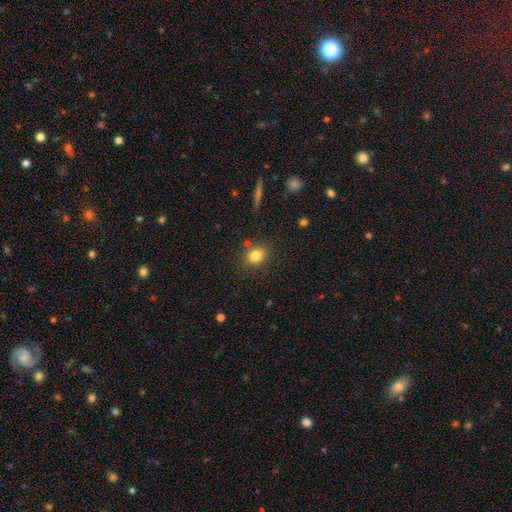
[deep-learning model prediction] Overall: smooth (82%). How rounded: round (67%; in between 32%). Merging: none (82%).